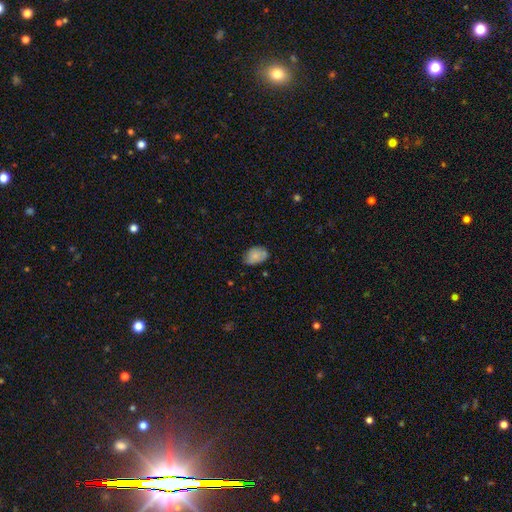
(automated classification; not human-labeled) A smooth galaxy with no disk features (81%) that is in between round and cigar-shaped (85%).

Vote fractions:
- Smooth or featured? smooth: 81% / featured or disk: 12% / star or artifact: 7%
- How rounded? in between: 85% / round: 14% / cigar-shaped: 1%
- Merging? none: 68% / minor disturbance: 26% / major disturbance: 4% / merger: 2%